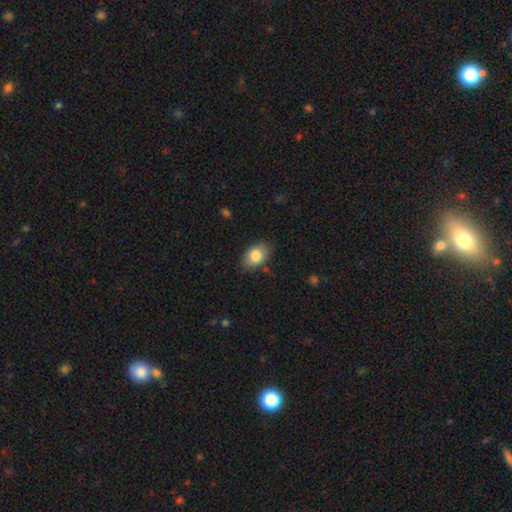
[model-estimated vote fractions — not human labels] Smooth or featured? Predicted: smooth (p=0.84). How rounded? Predicted: in between (p=0.84). Merging? Predicted: none (p=0.80).